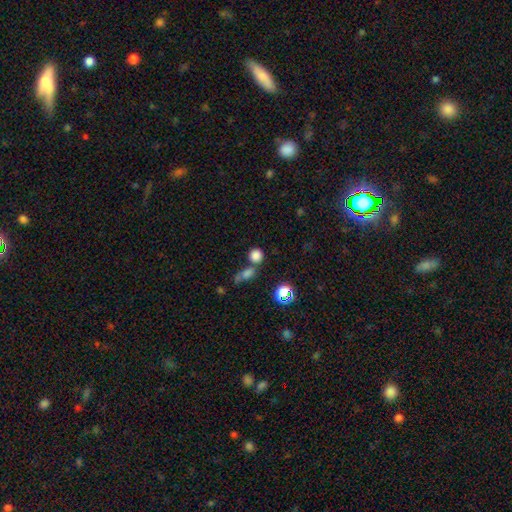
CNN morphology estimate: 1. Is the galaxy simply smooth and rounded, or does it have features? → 77% smooth, 16% star or artifact, 7% featured or disk.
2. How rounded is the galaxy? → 86% round, 12% in between, 2% cigar-shaped.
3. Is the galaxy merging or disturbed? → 55% none, 31% merger, 9% minor disturbance, 6% major disturbance.